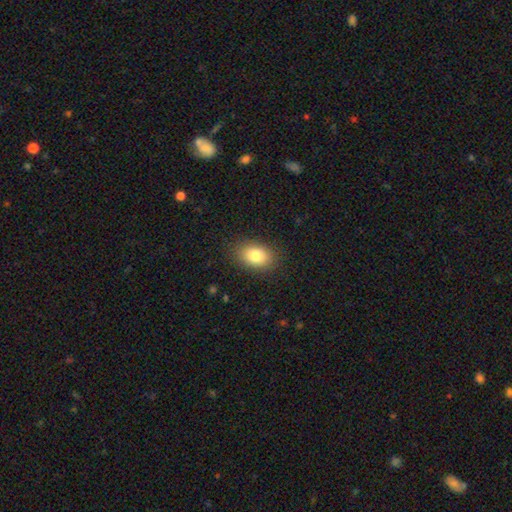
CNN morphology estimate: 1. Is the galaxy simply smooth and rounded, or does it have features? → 82% smooth, 9% featured or disk, 9% star or artifact.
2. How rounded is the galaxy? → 82% in between, 17% round, 1% cigar-shaped.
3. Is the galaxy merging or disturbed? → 86% none, 10% minor disturbance, 3% major disturbance, 1% merger.